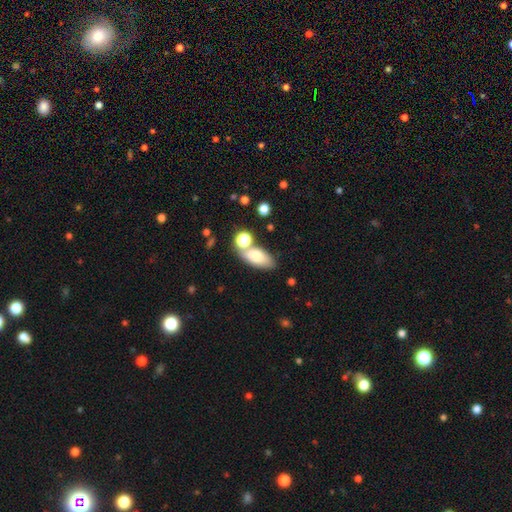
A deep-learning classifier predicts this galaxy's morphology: This is likely a smooth galaxy (76%). How rounded: clearly in between (84%). Merging: possibly none (59%).